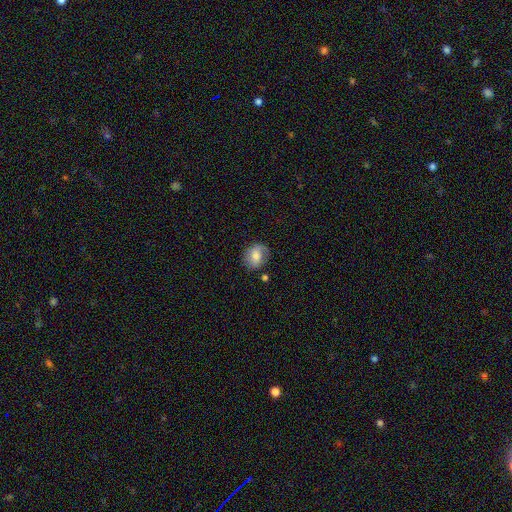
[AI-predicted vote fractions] Smooth or featured?
  - smooth: 67% *
  - featured or disk: 25%
  - star or artifact: 9%
How rounded?
  - round: 63% *
  - in between: 36%
  - cigar-shaped: 1%
Merging?
  - none: 69% *
  - minor disturbance: 21%
  - major disturbance: 6%
  - merger: 3%